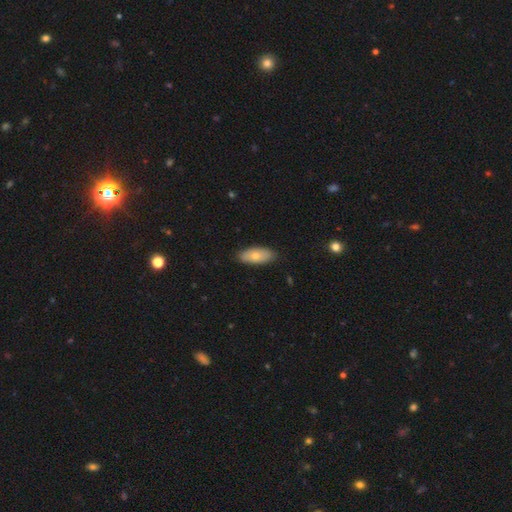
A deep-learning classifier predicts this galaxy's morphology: This is likely a smooth galaxy (69%). How rounded: clearly in between (87%). Merging: clearly none (86%).